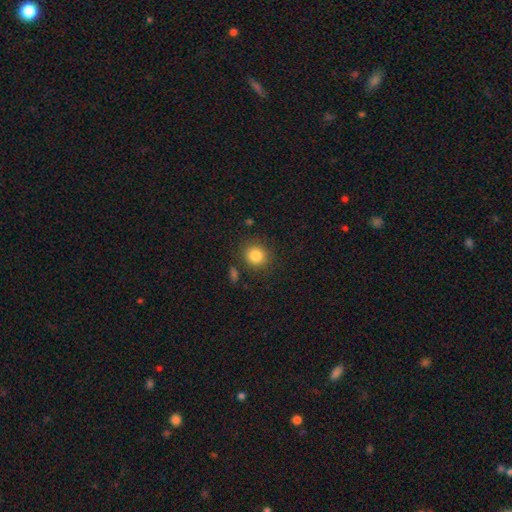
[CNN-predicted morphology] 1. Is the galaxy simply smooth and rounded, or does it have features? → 85% smooth, 10% star or artifact, 5% featured or disk.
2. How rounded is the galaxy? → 85% round, 14% in between, 1% cigar-shaped.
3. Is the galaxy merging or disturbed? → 85% none, 9% minor disturbance, 3% merger, 3% major disturbance.